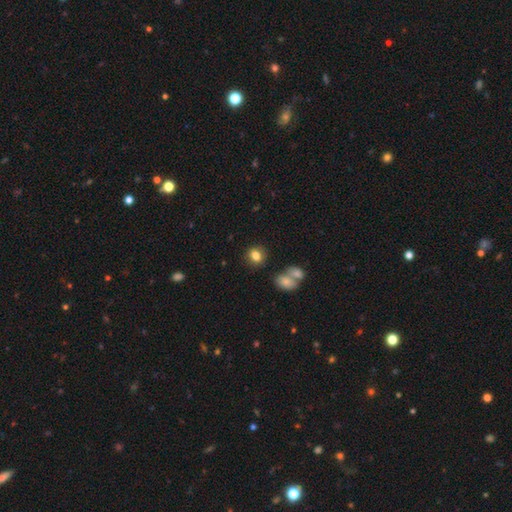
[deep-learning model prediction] smooth-or-featured: smooth: 83% | star or artifact: 10% | featured or disk: 7%
  how-rounded: round: 68% | in between: 31% | cigar-shaped: 1%
  merging: none: 81% | minor disturbance: 10% | merger: 7% | major disturbance: 3%